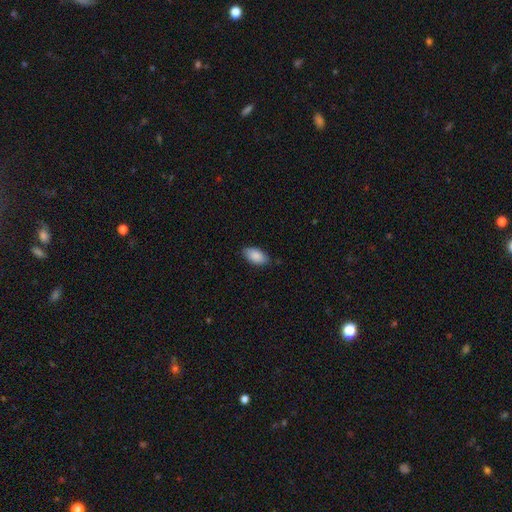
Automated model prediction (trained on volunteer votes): smooth 88%, star or artifact 6%, featured or disk 5%. Down the decision tree: how rounded — in between (94%); merging — none (83%).